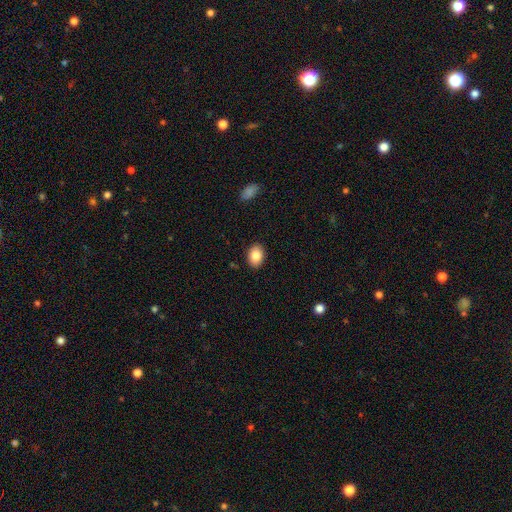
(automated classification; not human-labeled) The model was most divided on "how rounded": in between: 73%, round: 26%, cigar-shaped: 1%. More confident: merging — none (89%); smooth or featured — smooth (85%).